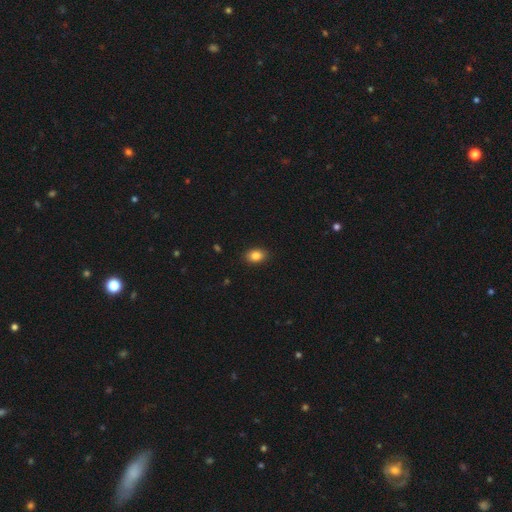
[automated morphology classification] Smooth or featured? smooth (86%)
How rounded? in between (79%)
Merging? none (89%)